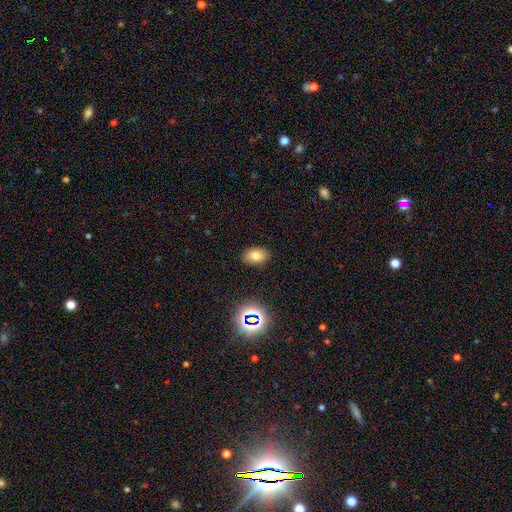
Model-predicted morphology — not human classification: Q: Smooth or featured?
A: smooth (76%); runner-up: star or artifact (15%)
Q: How rounded?
A: in between (85%); runner-up: round (14%)
Q: Merging?
A: none (88%); runner-up: minor disturbance (9%)